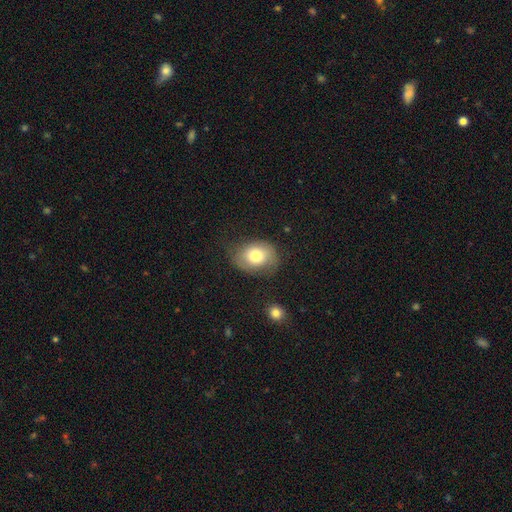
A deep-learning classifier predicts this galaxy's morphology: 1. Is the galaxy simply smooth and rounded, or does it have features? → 70% smooth, 22% featured or disk, 8% star or artifact.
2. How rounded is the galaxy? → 59% in between, 40% round, 1% cigar-shaped.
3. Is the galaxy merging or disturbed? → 61% none, 26% minor disturbance, 11% major disturbance, 2% merger.